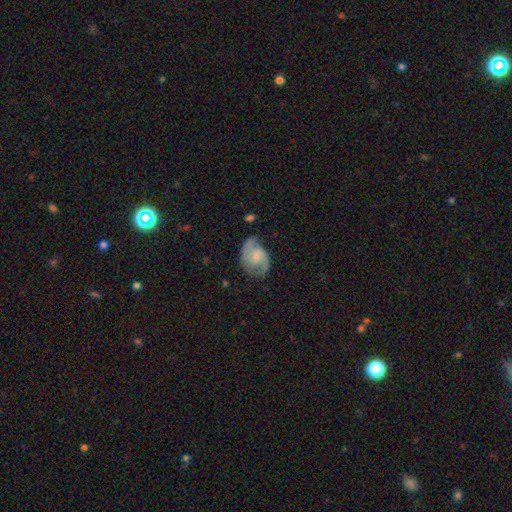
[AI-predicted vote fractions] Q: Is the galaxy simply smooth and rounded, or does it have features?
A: featured or disk — 78%.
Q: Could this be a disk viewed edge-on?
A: no — 98%.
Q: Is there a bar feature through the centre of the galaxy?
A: no — 53%.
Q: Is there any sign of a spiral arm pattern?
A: yes — 94%.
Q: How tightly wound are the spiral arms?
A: medium — 53%.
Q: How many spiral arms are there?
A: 2 — 87%.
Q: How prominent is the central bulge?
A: small — 51%.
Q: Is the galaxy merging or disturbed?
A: none — 65%.